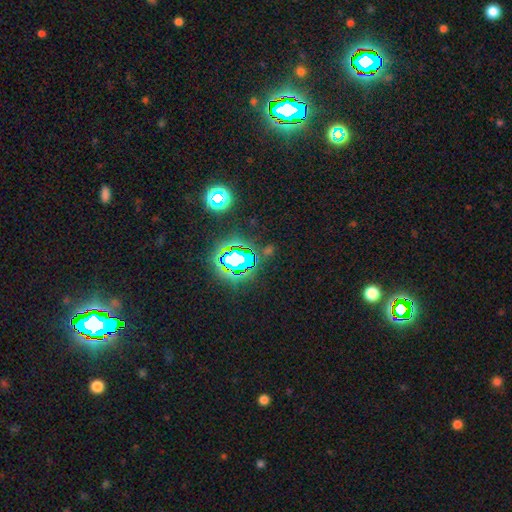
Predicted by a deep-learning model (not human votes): smooth-or-featured: star or artifact: 82% | smooth: 11% | featured or disk: 7%